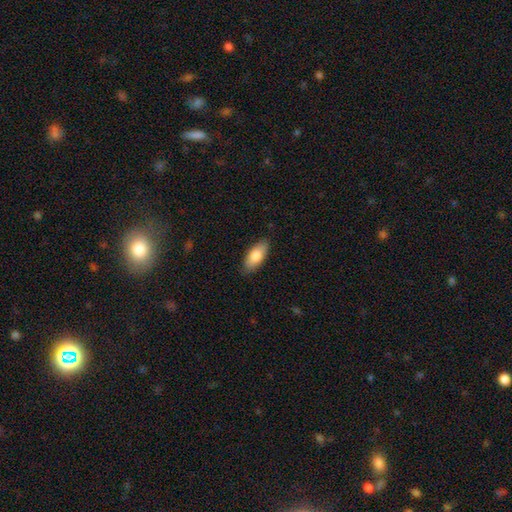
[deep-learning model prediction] A smooth galaxy with no disk features (81%) that is in between round and cigar-shaped (87%).

Vote fractions:
- Smooth or featured? smooth: 81% / featured or disk: 13% / star or artifact: 6%
- How rounded? in between: 87% / cigar-shaped: 11% / round: 2%
- Merging? none: 85% / minor disturbance: 11% / major disturbance: 2% / merger: 1%